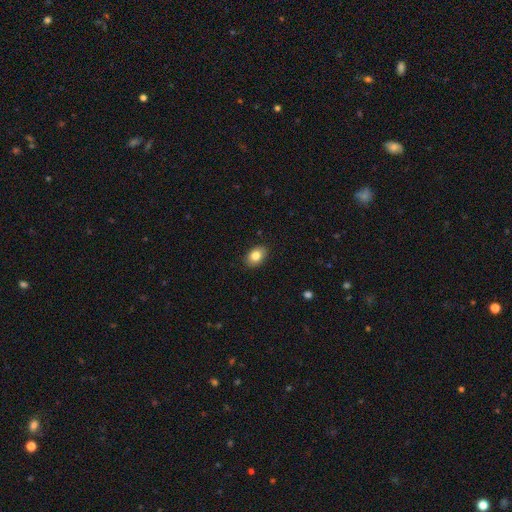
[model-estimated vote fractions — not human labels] smooth 83%, featured or disk 9%, star or artifact 8%. Down the decision tree: how rounded — in between (78%); merging — none (89%).